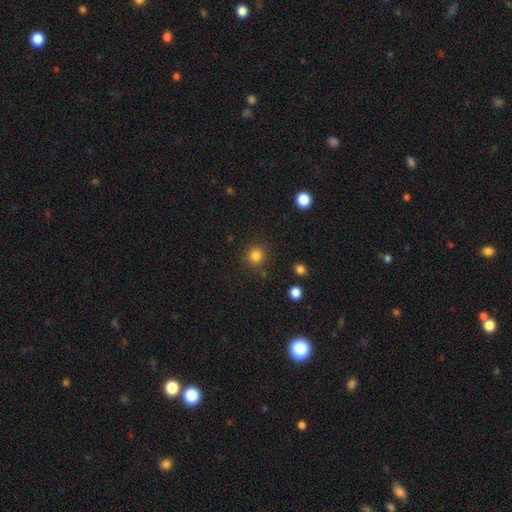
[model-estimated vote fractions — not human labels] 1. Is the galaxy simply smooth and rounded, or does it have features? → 83% smooth, 12% star or artifact, 4% featured or disk.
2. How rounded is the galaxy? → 91% round, 8% in between, 1% cigar-shaped.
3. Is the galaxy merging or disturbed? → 86% none, 9% minor disturbance, 3% major disturbance, 3% merger.